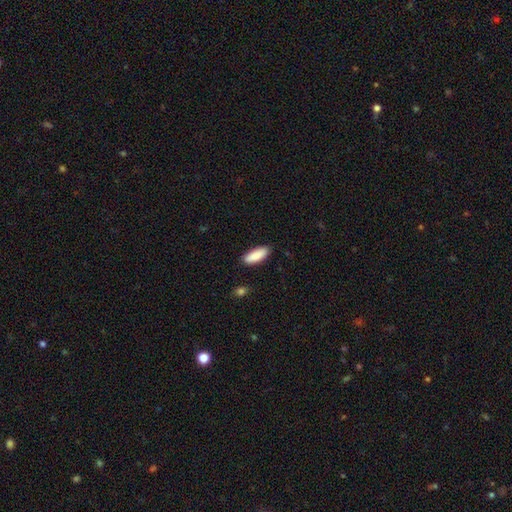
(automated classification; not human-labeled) Smooth or featured?
  - smooth: 88% *
  - featured or disk: 6%
  - star or artifact: 6%
How rounded?
  - in between: 73% *
  - cigar-shaped: 25%
  - round: 2%
Merging?
  - none: 87% *
  - minor disturbance: 10%
  - major disturbance: 2%
  - merger: 1%